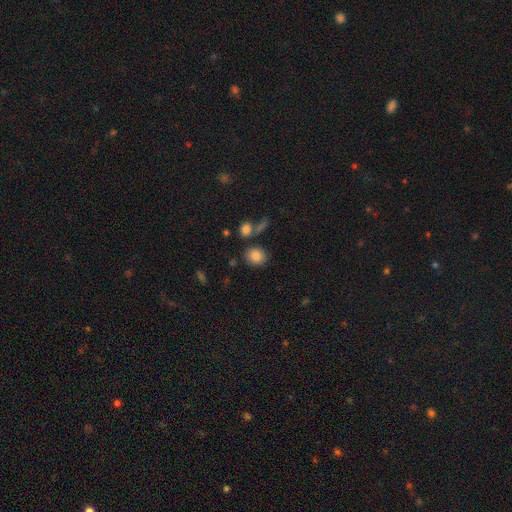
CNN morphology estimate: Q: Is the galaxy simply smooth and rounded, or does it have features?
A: smooth — 84%.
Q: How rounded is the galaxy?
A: round — 70%.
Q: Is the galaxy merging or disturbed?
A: none — 78%.